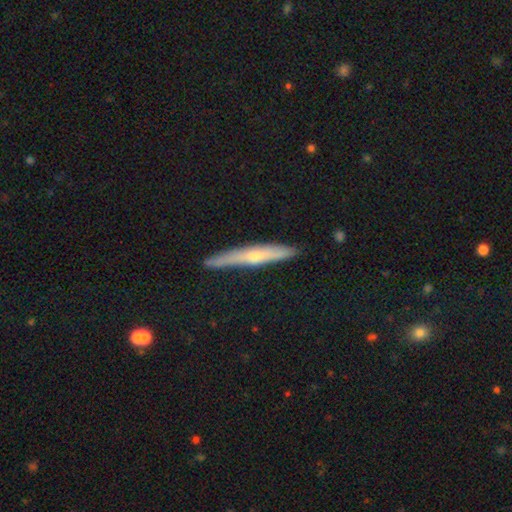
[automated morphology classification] smooth_or_featured: featured or disk (p=0.51) [alt: smooth p=0.42]
disk_edge_on: yes (p=0.94) [alt: no p=0.06]
merging: none (p=0.86) [alt: minor disturbance p=0.11]